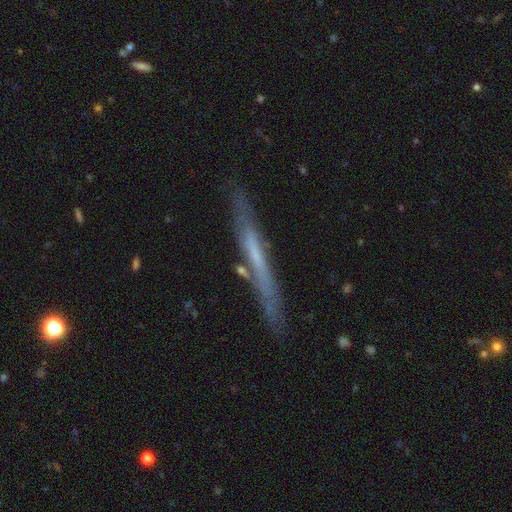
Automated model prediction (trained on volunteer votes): Smooth or featured: featured or disk — 55% (smooth — 38%)
Edge-on disk: yes — 89% (no — 11%)
Merging: none — 80% (minor disturbance — 14%)